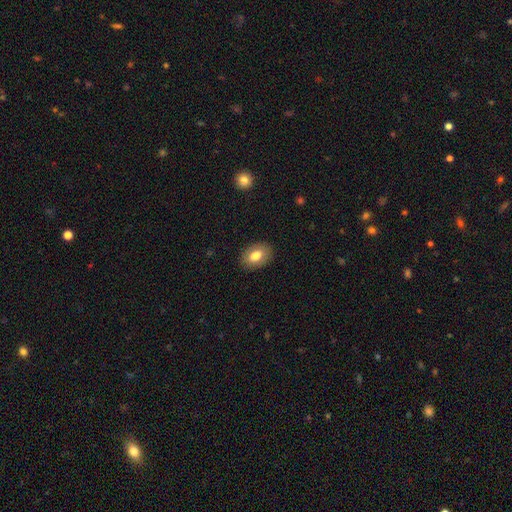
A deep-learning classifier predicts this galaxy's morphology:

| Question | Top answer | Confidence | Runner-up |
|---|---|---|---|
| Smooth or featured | smooth | 79% | featured or disk (13%) |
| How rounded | in between | 78% | round (21%) |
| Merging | none | 88% | minor disturbance (8%) |